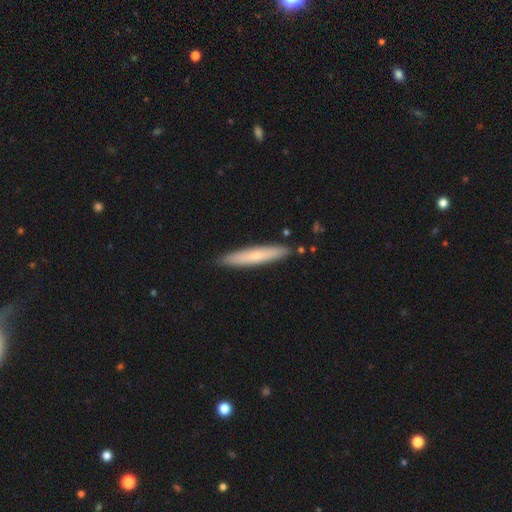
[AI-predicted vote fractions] Smooth or featured?
  - smooth: 60% *
  - featured or disk: 34%
  - star or artifact: 6%
How rounded?
  - cigar-shaped: 91% *
  - in between: 8%
  - round: 1%
Merging?
  - none: 89% *
  - minor disturbance: 8%
  - merger: 2%
  - major disturbance: 1%